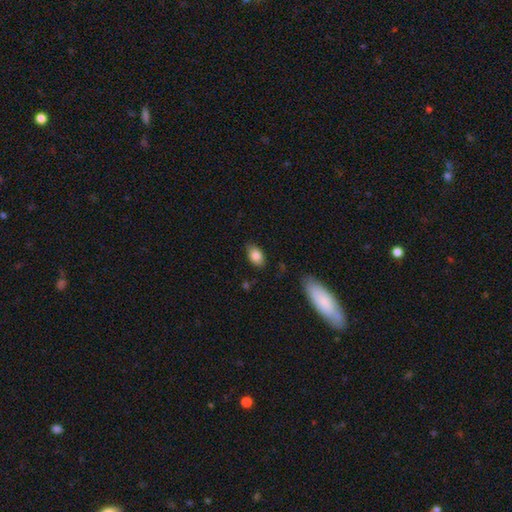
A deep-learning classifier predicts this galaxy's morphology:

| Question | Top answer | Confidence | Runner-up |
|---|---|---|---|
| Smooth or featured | smooth | 84% | featured or disk (8%) |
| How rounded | in between | 89% | round (9%) |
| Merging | none | 81% | minor disturbance (14%) |